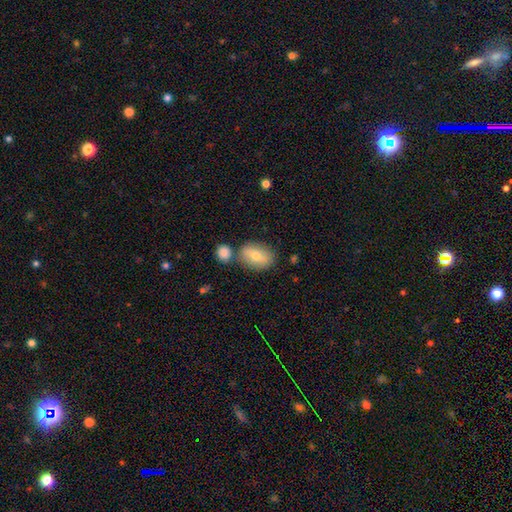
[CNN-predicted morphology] type=smooth (68%); roundness=in between (77%); merging=none (63%).